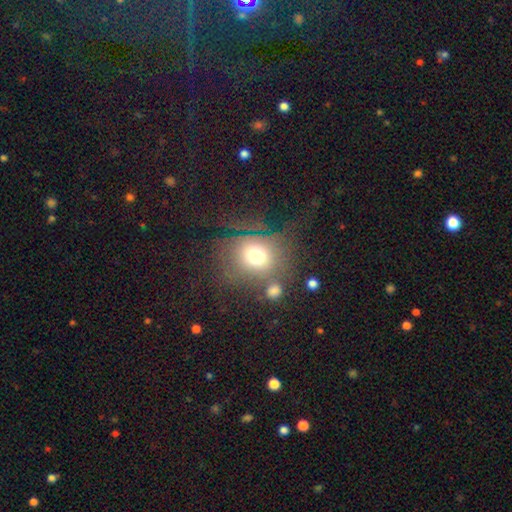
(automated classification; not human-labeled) Smooth or featured?
  - smooth: 68% *
  - featured or disk: 17%
  - star or artifact: 15%
How rounded?
  - round: 71% *
  - in between: 28%
  - cigar-shaped: 1%
Merging?
  - none: 54% *
  - major disturbance: 18%
  - minor disturbance: 17%
  - merger: 11%